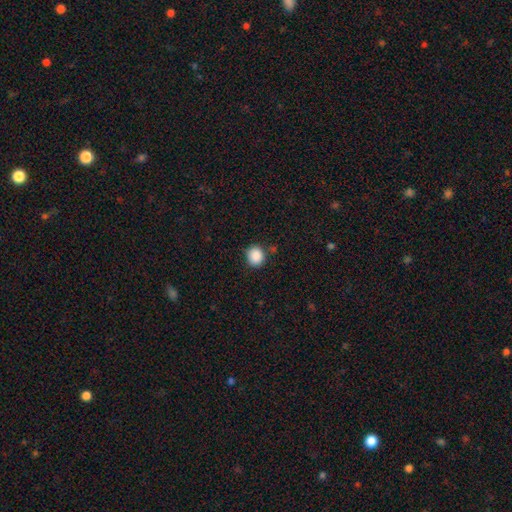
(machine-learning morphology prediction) A smooth galaxy with no disk features (88%) that is round (83%). Merging: none (82%).